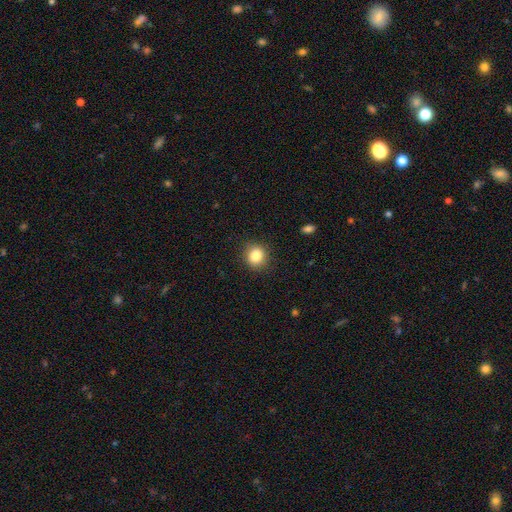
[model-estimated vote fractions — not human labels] smooth 84%, star or artifact 10%, featured or disk 5%. Down the decision tree: how rounded — round (84%); merging — none (89%).